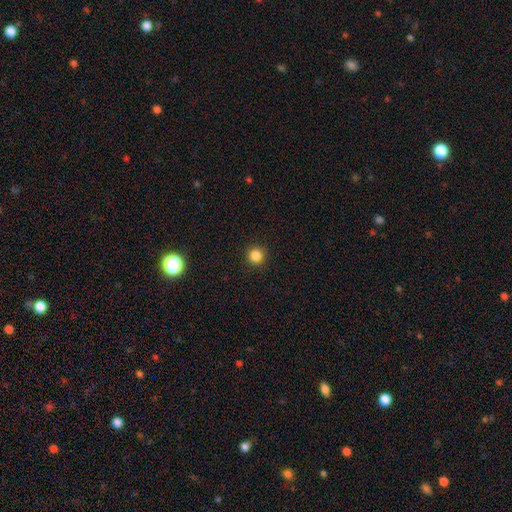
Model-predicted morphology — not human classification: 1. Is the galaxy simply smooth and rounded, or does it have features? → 85% smooth, 12% star or artifact, 4% featured or disk.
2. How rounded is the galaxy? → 95% round, 4% in between, 1% cigar-shaped.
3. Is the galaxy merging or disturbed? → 92% none, 5% minor disturbance, 2% major disturbance, 1% merger.